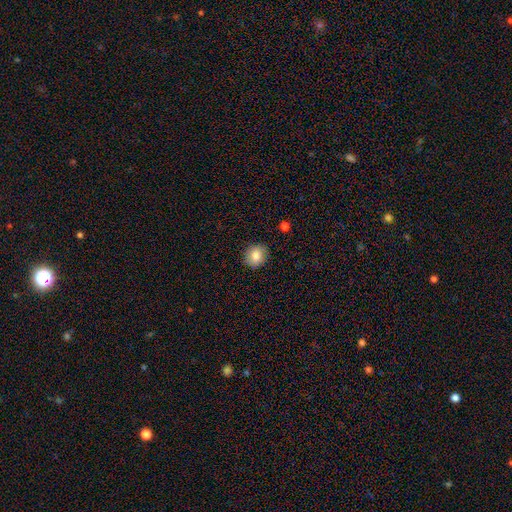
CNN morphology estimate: smooth-or-featured: smooth: 84% | star or artifact: 9% | featured or disk: 7%
  how-rounded: round: 73% | in between: 26% | cigar-shaped: 1%
  merging: none: 86% | minor disturbance: 10% | major disturbance: 2% | merger: 1%